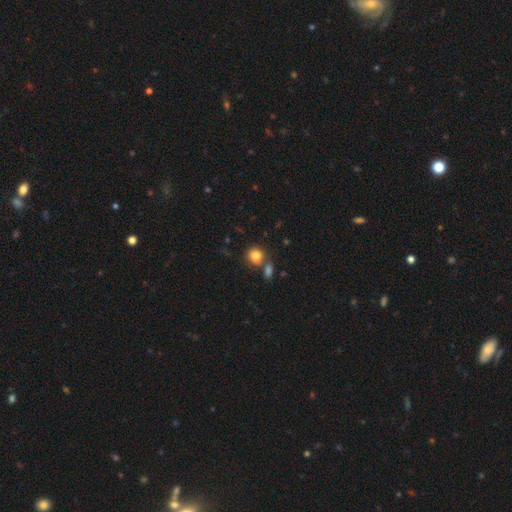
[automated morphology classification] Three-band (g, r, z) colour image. It shows a smooth galaxy with no disk features (83%) that is round (79%). Merging: none (62%).